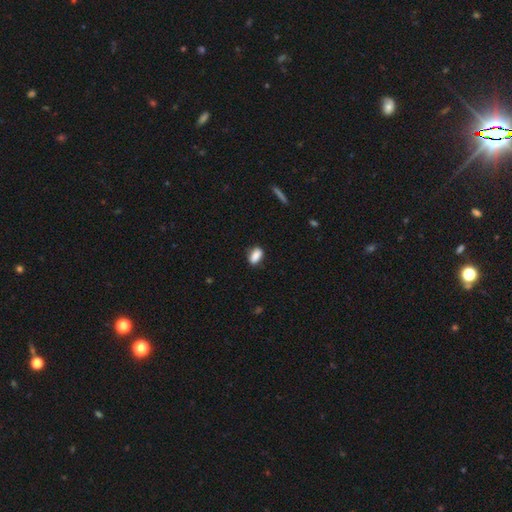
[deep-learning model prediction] Overall: smooth (87%). How rounded: in between (87%). Merging: none (82%).